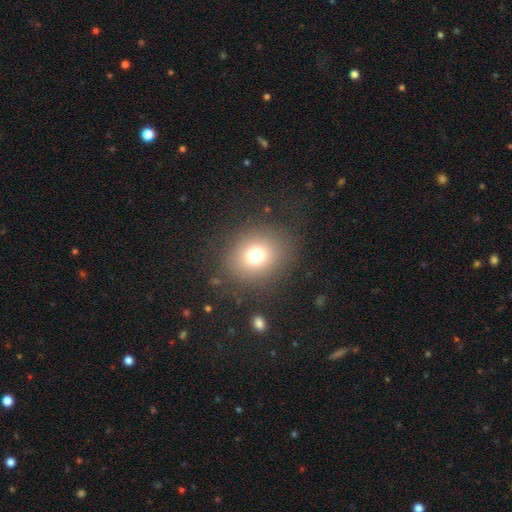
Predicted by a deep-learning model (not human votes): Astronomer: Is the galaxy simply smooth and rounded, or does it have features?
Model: smooth — 73%.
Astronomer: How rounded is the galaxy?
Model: round — 74%.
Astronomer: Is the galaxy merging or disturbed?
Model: none — 84%.